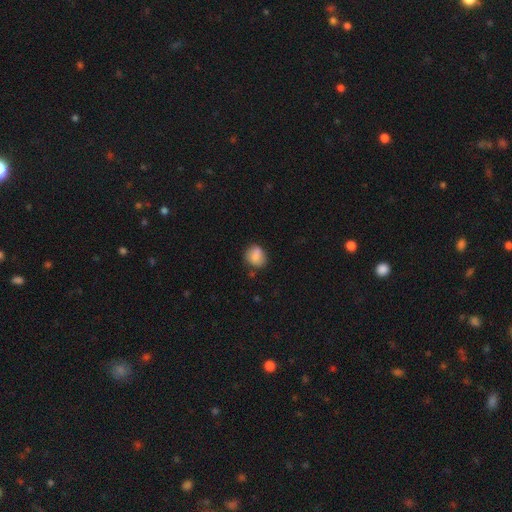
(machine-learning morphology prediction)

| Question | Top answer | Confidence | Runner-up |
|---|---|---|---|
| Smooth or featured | smooth | 78% | featured or disk (14%) |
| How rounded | round | 68% | in between (30%) |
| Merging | none | 65% | minor disturbance (21%) |